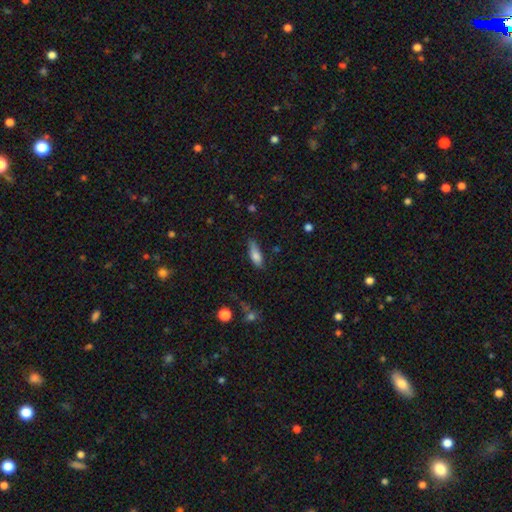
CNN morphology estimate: Smooth or featured? Predicted: smooth (p=0.78). How rounded? Predicted: in between (p=0.59). Merging? Predicted: none (p=0.62).